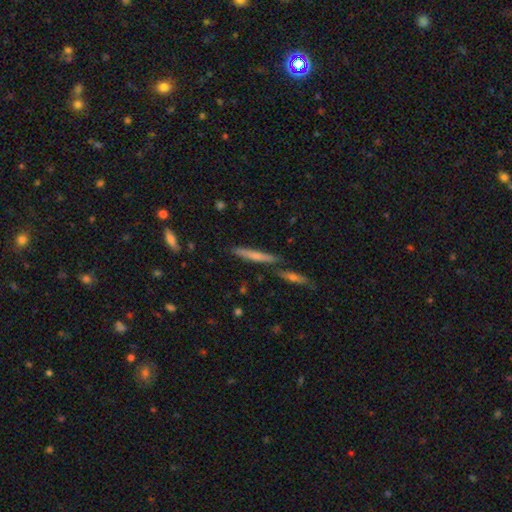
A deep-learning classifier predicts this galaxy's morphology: type=smooth (54%); roundness=cigar-shaped (92%); merging=none (73%).